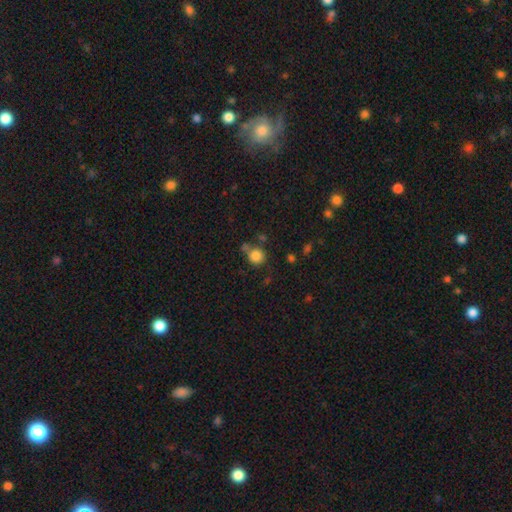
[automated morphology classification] smooth 83%, star or artifact 11%, featured or disk 6%. Down the decision tree: how rounded — round (88%); merging — none (62%).